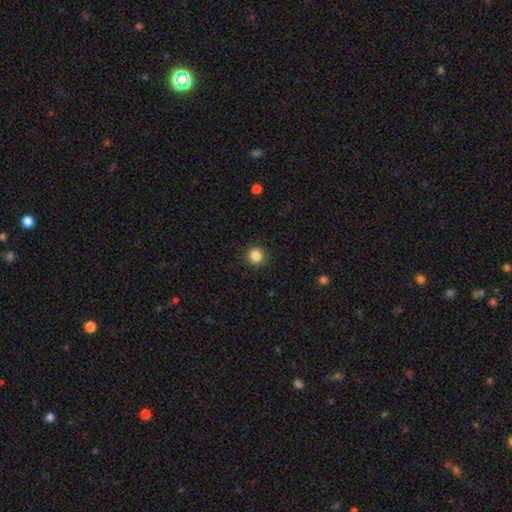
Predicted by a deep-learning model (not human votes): This appears to be a smooth galaxy with no disk features (85%) that is round (92%). Merging: none (91%).